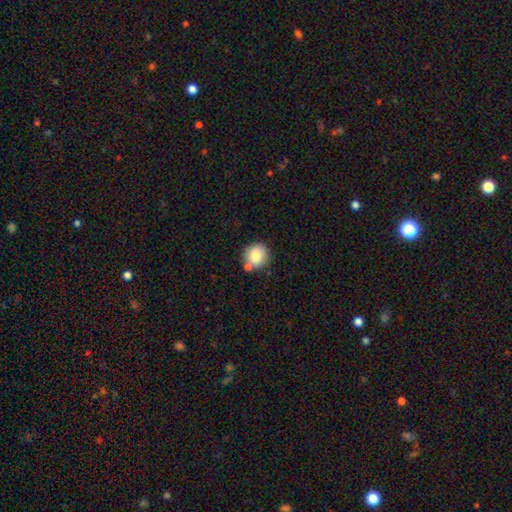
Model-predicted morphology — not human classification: smooth-or-featured: smooth: 81% | featured or disk: 10% | star or artifact: 9%
  how-rounded: round: 90% | in between: 9% | cigar-shaped: 1%
  merging: none: 69% | merger: 16% | minor disturbance: 12% | major disturbance: 3%